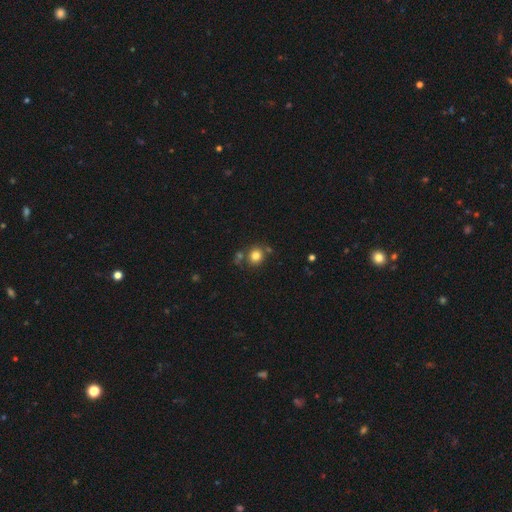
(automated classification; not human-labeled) A smooth galaxy with no disk features (80%) that is round (85%).

Vote fractions:
- Smooth or featured? smooth: 80% / star or artifact: 12% / featured or disk: 7%
- How rounded? round: 85% / in between: 14% / cigar-shaped: 1%
- Merging? none: 74% / merger: 13% / minor disturbance: 10% / major disturbance: 3%